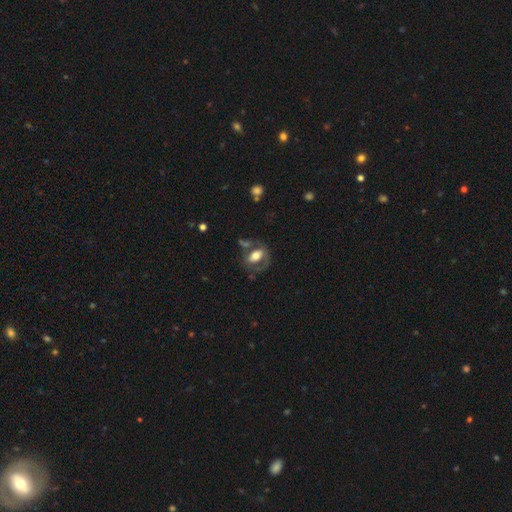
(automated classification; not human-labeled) A smooth galaxy with no disk features (50%) that is in between round and cigar-shaped (80%).

Vote fractions:
- Smooth or featured? smooth: 50% / featured or disk: 42% / star or artifact: 8%
- How rounded? in between: 80% / round: 16% / cigar-shaped: 3%
- Merging? none: 46% / minor disturbance: 20% / major disturbance: 20% / merger: 14%